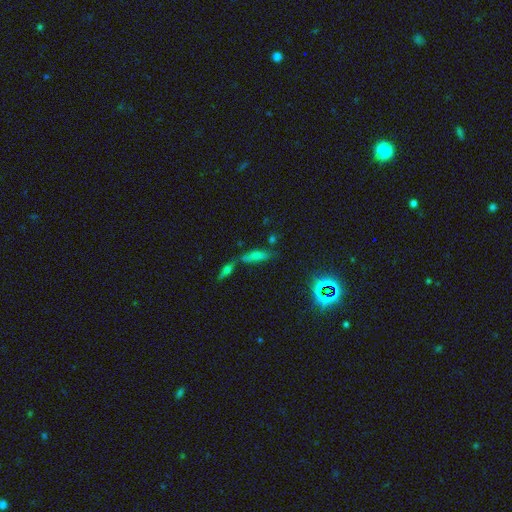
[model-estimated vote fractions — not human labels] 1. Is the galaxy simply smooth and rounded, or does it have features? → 51% smooth, 31% star or artifact, 19% featured or disk.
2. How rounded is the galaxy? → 52% cigar-shaped, 43% in between, 5% round.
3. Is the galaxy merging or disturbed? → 44% none, 36% merger, 13% minor disturbance, 7% major disturbance.